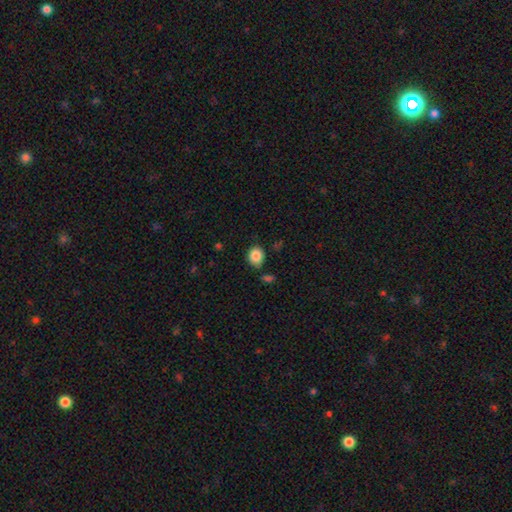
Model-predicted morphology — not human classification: smooth 87%, star or artifact 9%, featured or disk 5%. Down the decision tree: how rounded — round (64%); merging — none (78%).